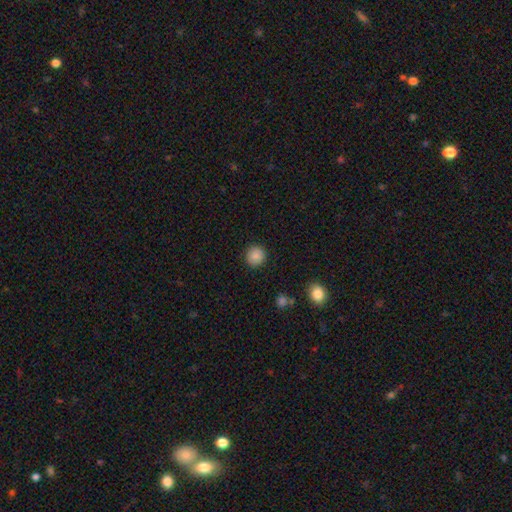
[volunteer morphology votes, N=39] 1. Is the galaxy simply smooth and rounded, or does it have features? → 95% smooth, 5% star or artifact, 0% featured or disk.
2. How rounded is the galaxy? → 97% round, 3% in between, 0% cigar-shaped.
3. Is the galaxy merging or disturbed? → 95% none, 5% minor disturbance, 0% major disturbance, 0% merger.